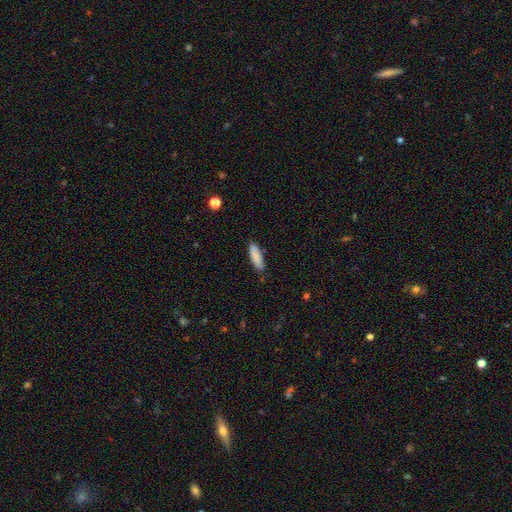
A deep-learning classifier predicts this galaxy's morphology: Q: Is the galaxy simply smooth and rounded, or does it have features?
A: smooth — 87%.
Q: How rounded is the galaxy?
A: cigar-shaped — 51%.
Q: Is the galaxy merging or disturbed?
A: none — 84%.